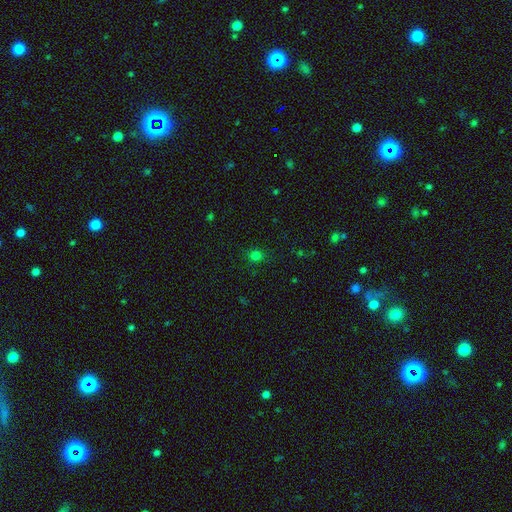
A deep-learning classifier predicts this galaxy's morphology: Q: Smooth or featured?
A: smooth (76%); runner-up: star or artifact (20%)
Q: How rounded?
A: round (78%); runner-up: in between (21%)
Q: Merging?
A: none (84%); runner-up: minor disturbance (11%)